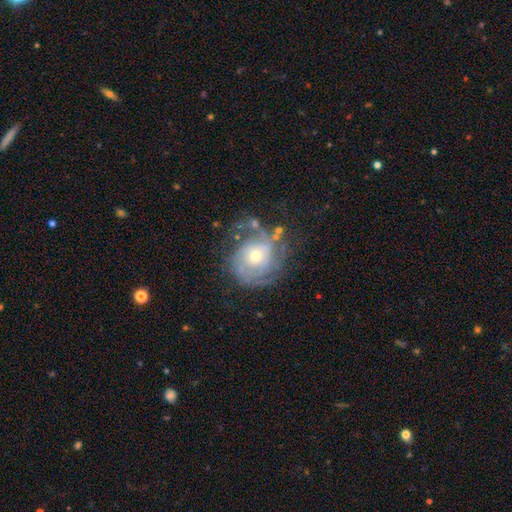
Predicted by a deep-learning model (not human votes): smooth_or_featured: featured or disk (p=0.79) [alt: smooth p=0.15]
disk_edge_on: no (p=0.97) [alt: yes p=0.03]
bar: no (p=0.76) [alt: weak p=0.20]
has_spiral_arms: yes (p=0.86) [alt: no p=0.14]
spiral_winding: tight (p=0.59) [alt: medium p=0.29]
spiral_arm_count: can't tell (p=0.36) [alt: 2 p=0.33]
bulge_size: moderate (p=0.50) [alt: small p=0.44]
merging: none (p=0.57) [alt: minor disturbance p=0.21]